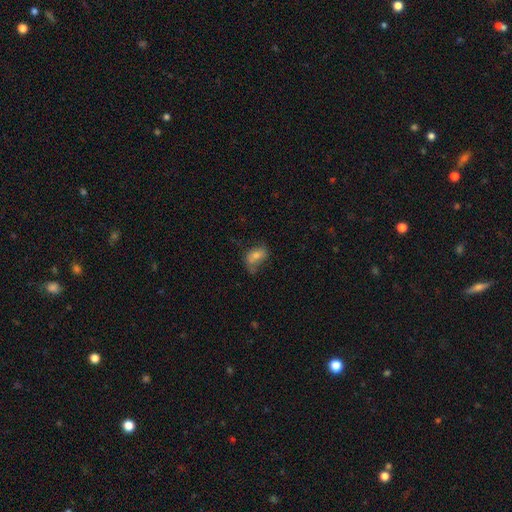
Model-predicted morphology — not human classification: The model was most divided on "merging": none: 41%, minor disturbance: 31%, major disturbance: 19%, merger: 10%. More confident: how rounded — in between (84%); smooth or featured — smooth (62%).